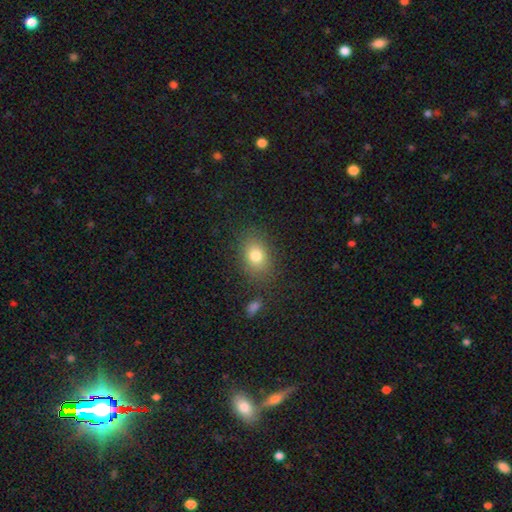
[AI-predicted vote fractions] This appears to be a smooth galaxy with no disk features (79%) that is in between round and cigar-shaped (69%). Merging: none (81%).